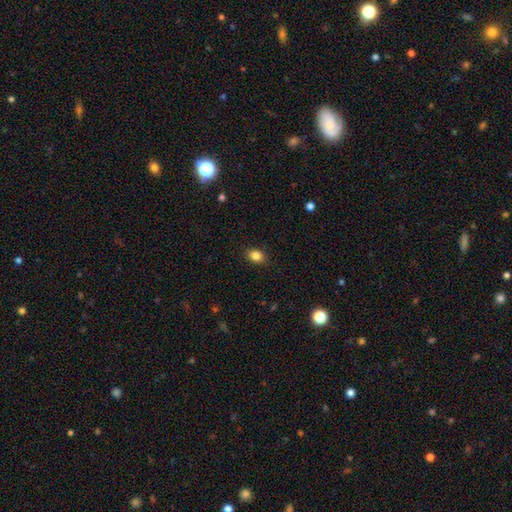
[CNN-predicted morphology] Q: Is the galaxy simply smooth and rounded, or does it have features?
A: smooth — 85%.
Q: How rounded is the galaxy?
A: in between — 65%.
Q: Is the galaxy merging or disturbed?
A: none — 88%.